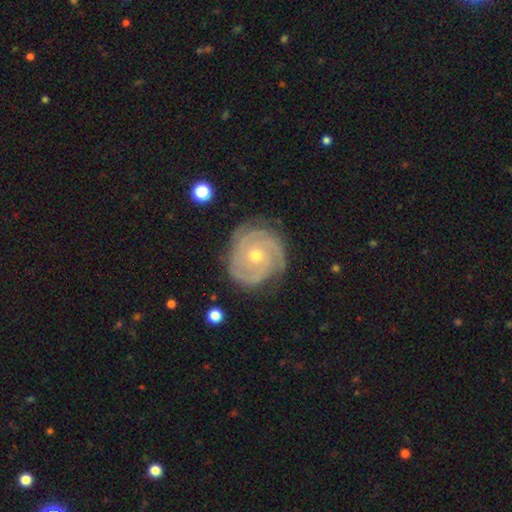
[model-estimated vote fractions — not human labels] The model was most divided on "bulge size": small: 50%, moderate: 48%, large: 1%, none: 1%, dominant: 1%. Remaining: spiral arms — yes (98%); edge-on disk — no (98%); smooth or featured — featured or disk (91%); merging — none (80%); spiral winding — tight (79%); bar — no (76%); spiral arm count — 3 (46%).